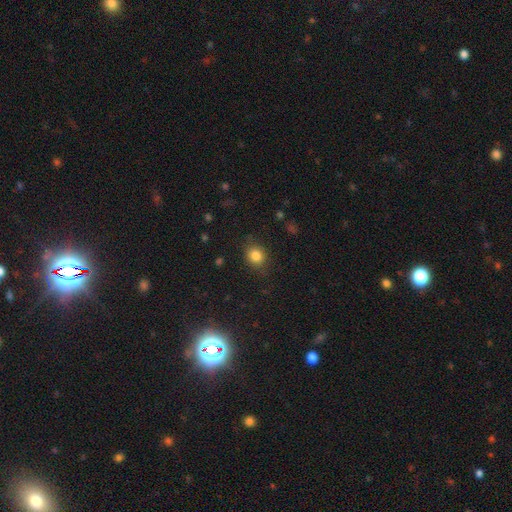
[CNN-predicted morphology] type=smooth (83%); roundness=round (70%); merging=none (81%).